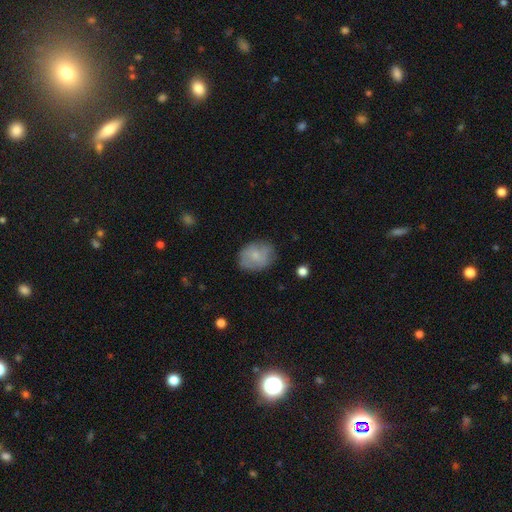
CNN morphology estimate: type=smooth (67%); roundness=in between (63%); merging=none (73%).